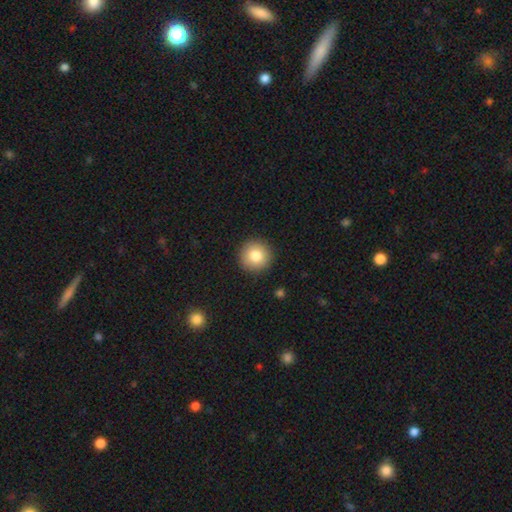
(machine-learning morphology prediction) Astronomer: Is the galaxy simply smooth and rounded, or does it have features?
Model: smooth — 82%.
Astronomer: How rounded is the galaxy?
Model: round — 95%.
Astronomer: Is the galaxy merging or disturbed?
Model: none — 92%.